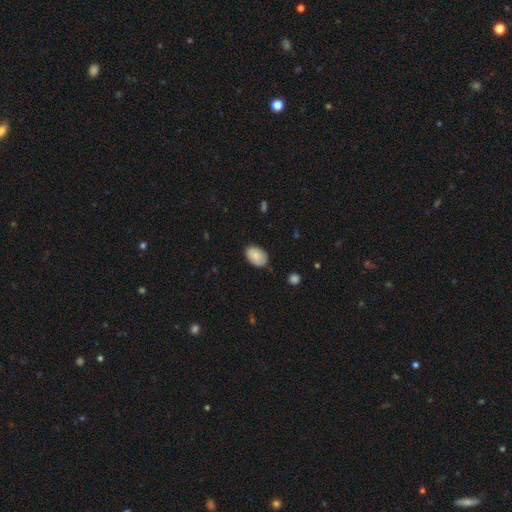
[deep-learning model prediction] A smooth galaxy with no disk features (82%) that is in between round and cigar-shaped (86%). Merging: none (80%).